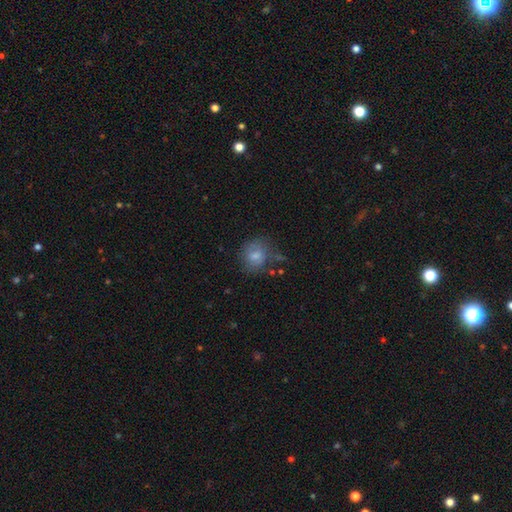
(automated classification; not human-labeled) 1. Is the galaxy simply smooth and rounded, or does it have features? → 69% smooth, 21% featured or disk, 9% star or artifact.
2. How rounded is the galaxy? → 67% round, 32% in between, 1% cigar-shaped.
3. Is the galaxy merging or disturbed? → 55% none, 25% minor disturbance, 15% major disturbance, 6% merger.